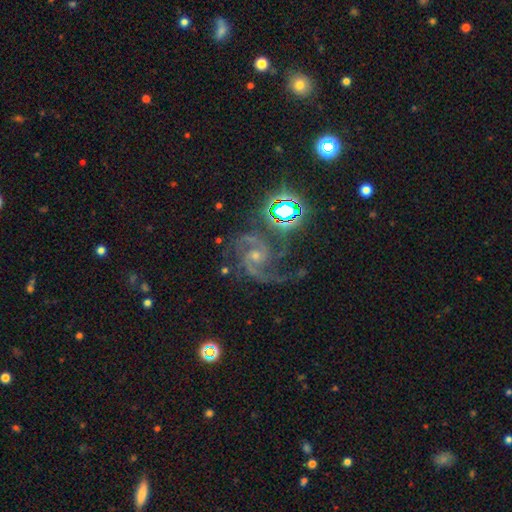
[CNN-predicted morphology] featured or disk 87%, star or artifact 10%, smooth 3%. Down the decision tree: edge-on disk — no (98%); bar — no (61%); spiral arms — yes (98%); spiral arm count — 2 (66%); spiral winding — medium (60%); bulge size — small (60%); merging — none (59%).